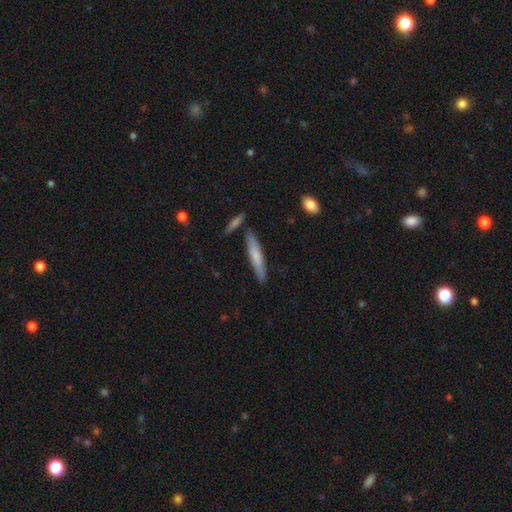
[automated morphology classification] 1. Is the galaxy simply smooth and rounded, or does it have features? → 66% smooth, 29% featured or disk, 6% star or artifact.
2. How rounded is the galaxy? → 91% cigar-shaped, 7% in between, 1% round.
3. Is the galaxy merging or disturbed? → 84% none, 10% minor disturbance, 4% merger, 2% major disturbance.